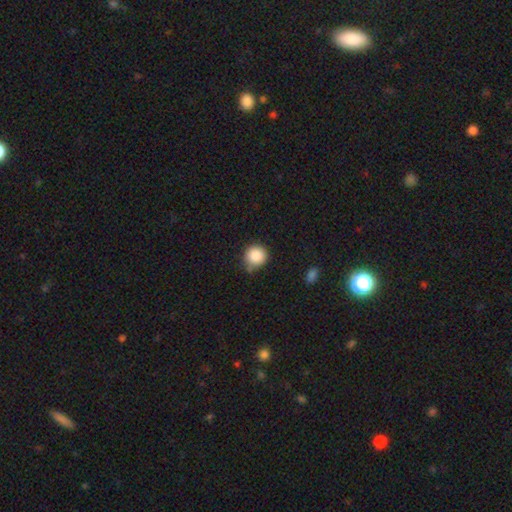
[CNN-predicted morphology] smooth_or_featured: smooth (p=0.87) [alt: star or artifact p=0.09]
how_rounded: round (p=0.94) [alt: in between p=0.05]
merging: none (p=0.69) [alt: minor disturbance p=0.21]